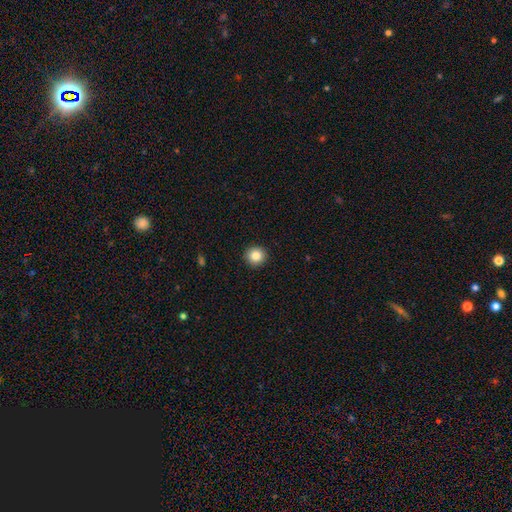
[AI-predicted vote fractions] smooth-or-featured: smooth: 85% | star or artifact: 10% | featured or disk: 5%
  how-rounded: round: 92% | in between: 7% | cigar-shaped: 1%
  merging: none: 93% | minor disturbance: 5% | major disturbance: 2% | merger: 1%